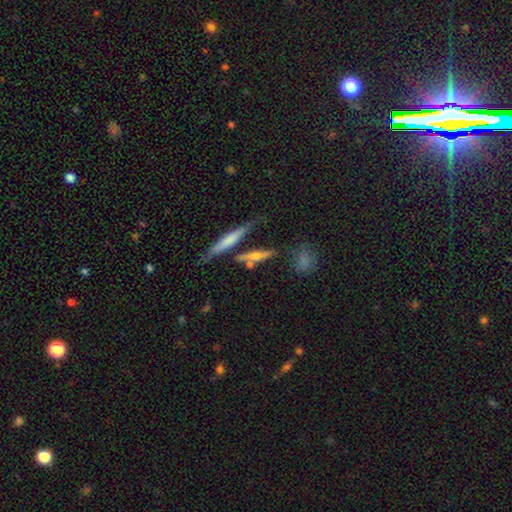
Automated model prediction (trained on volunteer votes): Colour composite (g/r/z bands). It shows a smooth galaxy with no disk features (47%). Merging: none (63%).